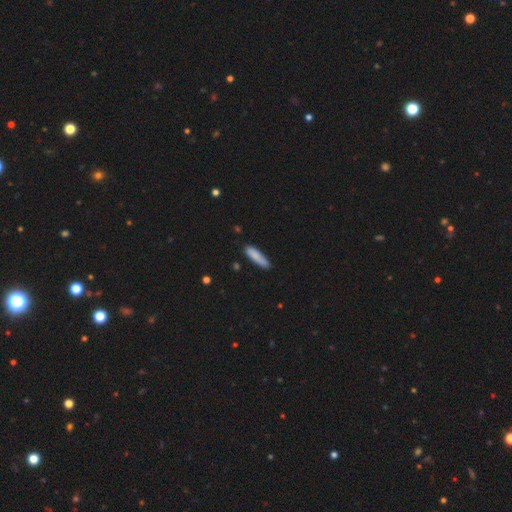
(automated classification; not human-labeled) A smooth galaxy with no disk features (84%) that is cigar-shaped (72%). Merging: none (78%).